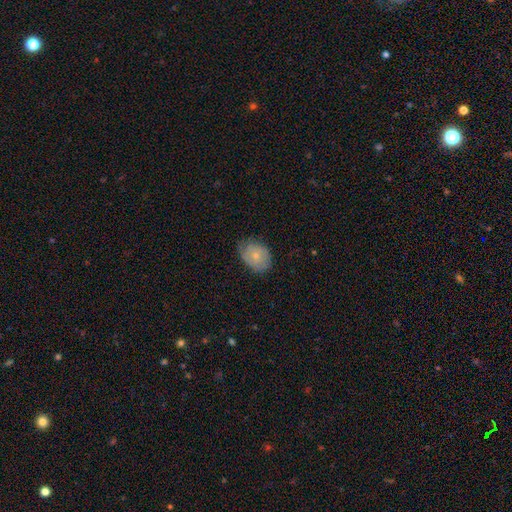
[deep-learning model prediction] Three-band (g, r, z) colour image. It shows a smooth galaxy with no disk features (64%) that is in between round and cigar-shaped (68%). Merging: none (63%).